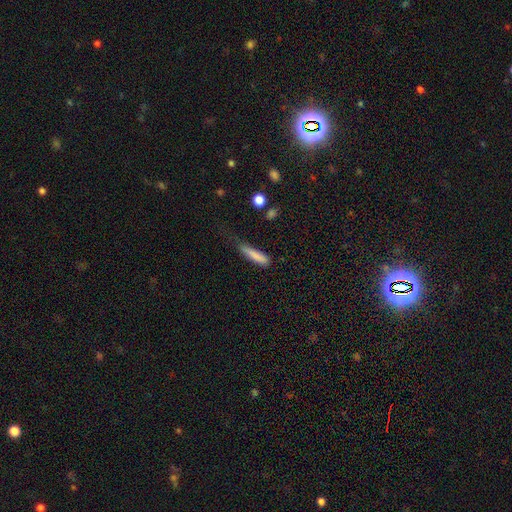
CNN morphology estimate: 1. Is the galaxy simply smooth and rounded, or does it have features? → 82% smooth, 11% featured or disk, 7% star or artifact.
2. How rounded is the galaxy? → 84% cigar-shaped, 14% in between, 2% round.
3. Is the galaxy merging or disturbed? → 56% none, 30% minor disturbance, 10% major disturbance, 3% merger.